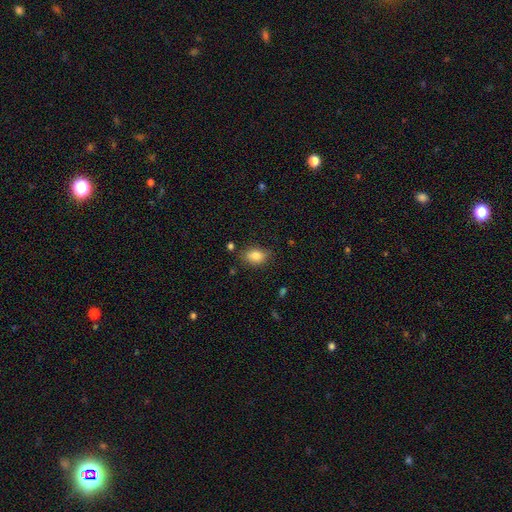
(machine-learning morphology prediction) Smooth or featured? Predicted: smooth (p=0.83). How rounded? Predicted: in between (p=0.77). Merging? Predicted: none (p=0.76).